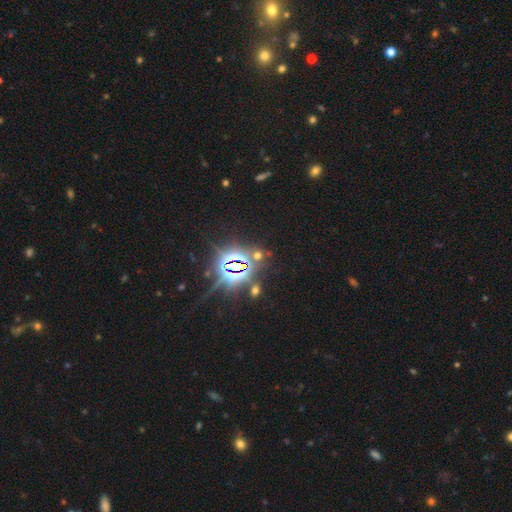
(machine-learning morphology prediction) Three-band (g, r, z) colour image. It shows a star or artifact, not a galaxy (85%).